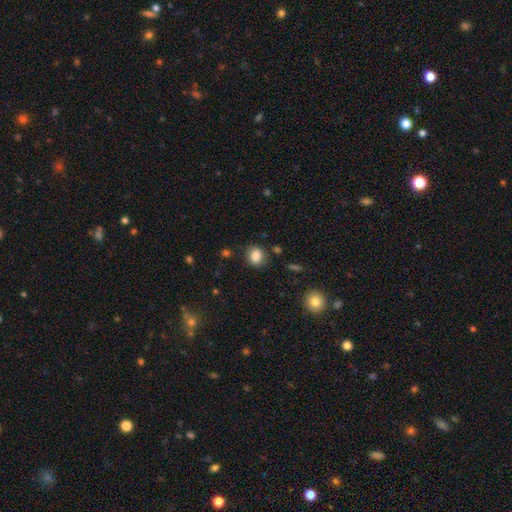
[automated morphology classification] This is clearly a smooth galaxy (85%). How rounded: possibly round (56%). Merging: clearly none (81%).